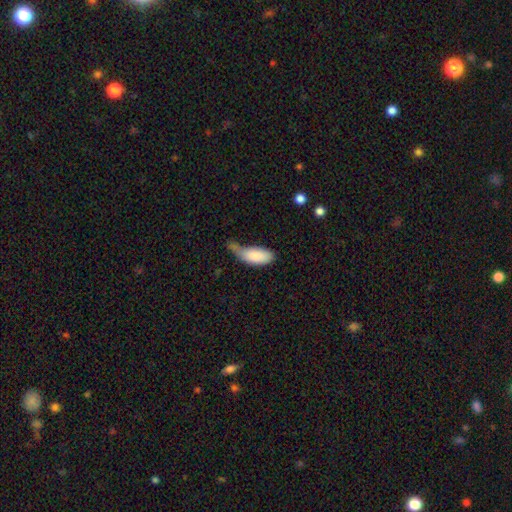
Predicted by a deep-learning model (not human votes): This is clearly a smooth galaxy (85%). How rounded: clearly in between (87%). Merging: marginally minor disturbance (40%).